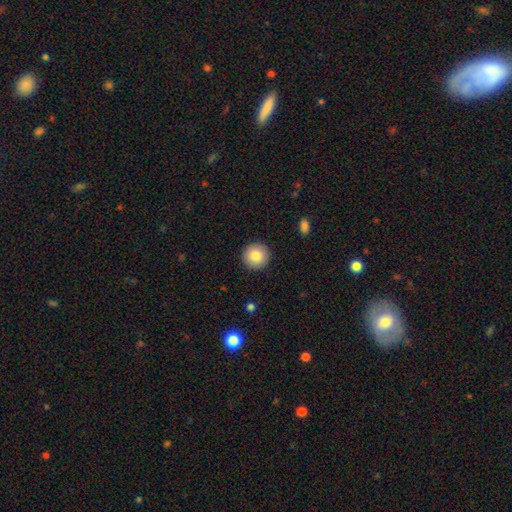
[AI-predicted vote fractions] Q: Smooth or featured?
A: smooth (83%); runner-up: featured or disk (9%)
Q: How rounded?
A: round (96%); runner-up: in between (3%)
Q: Merging?
A: none (92%); runner-up: minor disturbance (5%)